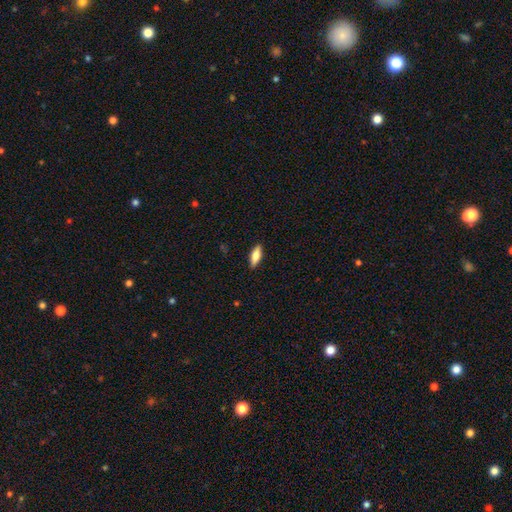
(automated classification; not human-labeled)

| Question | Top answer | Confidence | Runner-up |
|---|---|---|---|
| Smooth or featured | smooth | 69% | featured or disk (25%) |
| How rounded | in between | 57% | cigar-shaped (40%) |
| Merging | none | 89% | minor disturbance (8%) |